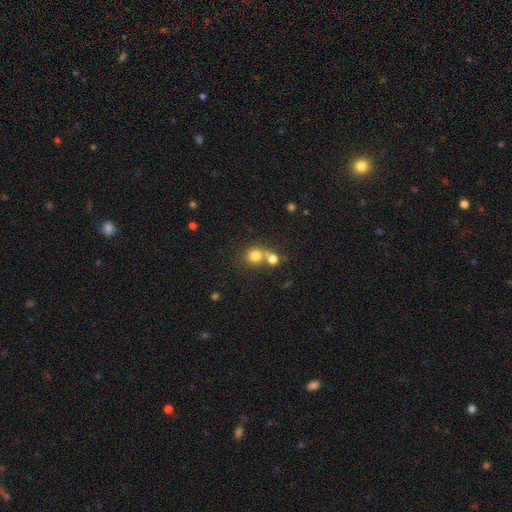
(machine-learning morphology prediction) Smooth or featured: smooth — 77% (star or artifact — 13%)
How rounded: round — 85% (in between — 14%)
Merging: none — 47% (merger — 42%)